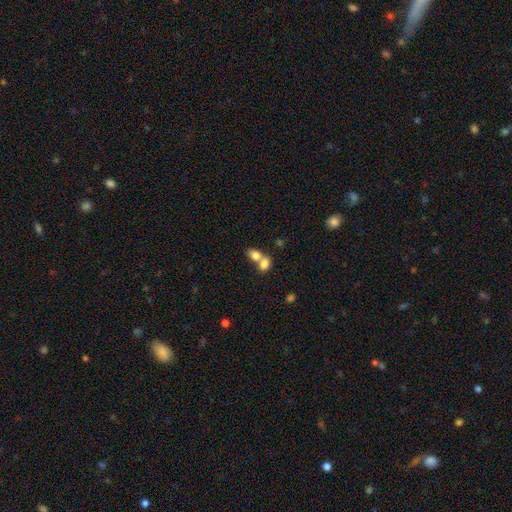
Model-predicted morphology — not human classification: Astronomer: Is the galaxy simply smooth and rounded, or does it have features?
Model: smooth — 79%.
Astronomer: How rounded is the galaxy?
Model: in between — 70%.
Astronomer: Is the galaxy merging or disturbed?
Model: merger — 67%.